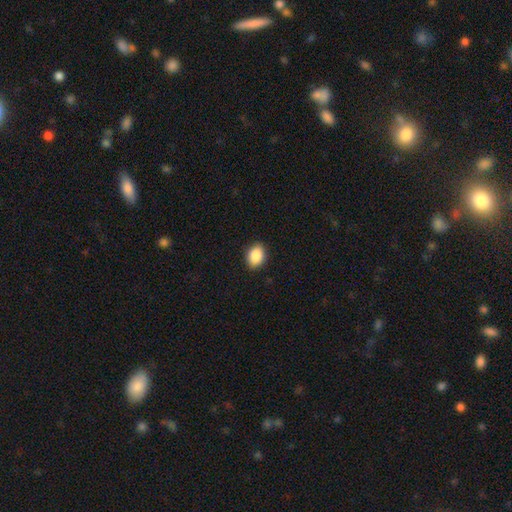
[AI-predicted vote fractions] Q: Smooth or featured?
A: smooth (89%); runner-up: star or artifact (8%)
Q: How rounded?
A: in between (76%); runner-up: round (23%)
Q: Merging?
A: none (90%); runner-up: minor disturbance (8%)